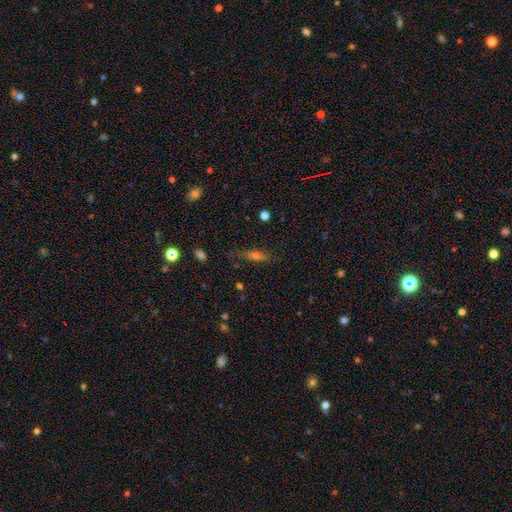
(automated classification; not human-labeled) Smooth or featured: smooth — 46% (featured or disk — 38%)
Merging: none — 79% (minor disturbance — 15%)